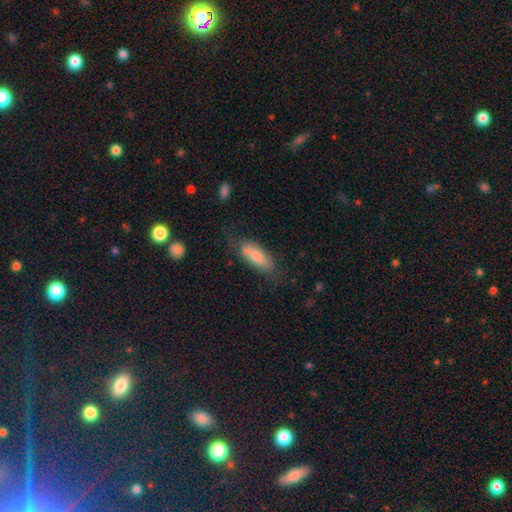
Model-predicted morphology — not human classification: This is likely a smooth galaxy (72%). How rounded: likely in between (61%). Merging: likely none (64%).